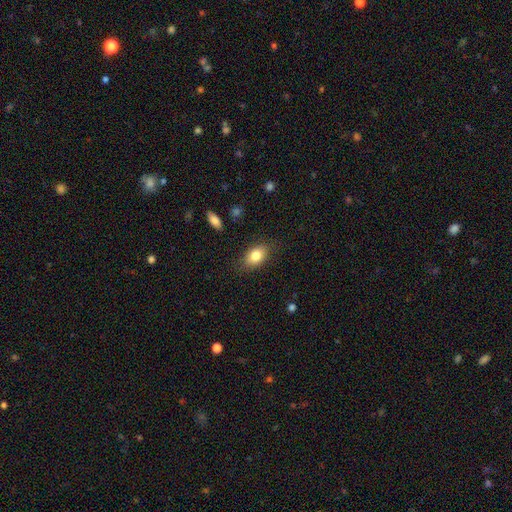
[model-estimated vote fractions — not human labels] Smooth or featured? smooth (82%)
How rounded? in between (86%)
Merging? none (81%)